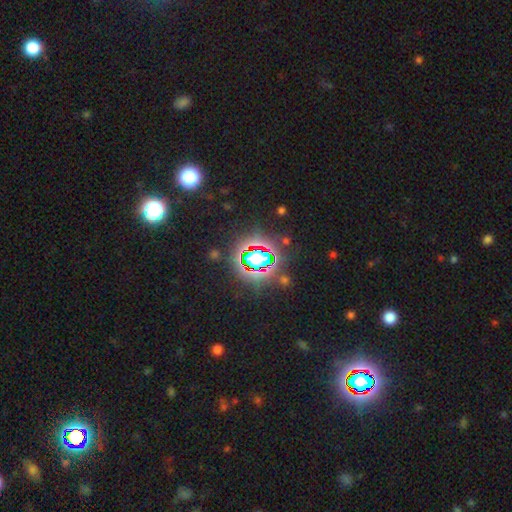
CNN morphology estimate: Q: Smooth or featured?
A: star or artifact (77%); runner-up: smooth (14%)